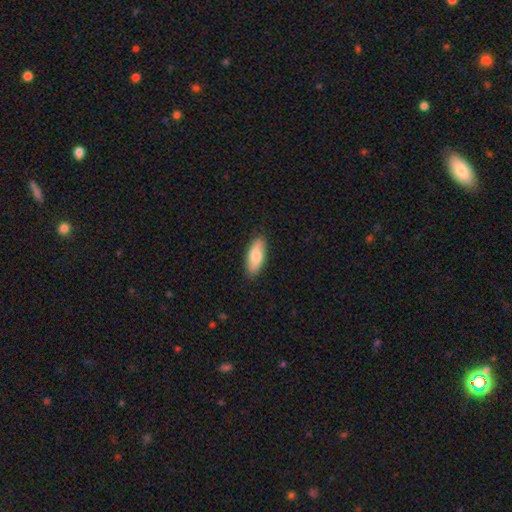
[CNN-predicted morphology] type=smooth (78%); roundness=in between (76%); merging=none (86%).